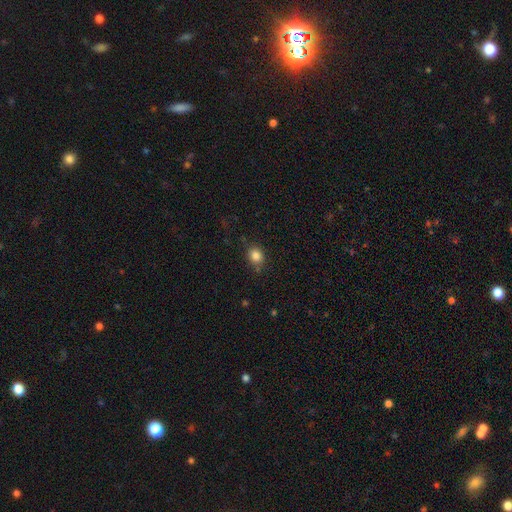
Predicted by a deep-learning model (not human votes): Smooth or featured? Predicted: smooth (p=0.84). How rounded? Predicted: round (p=0.62). Merging? Predicted: none (p=0.77).